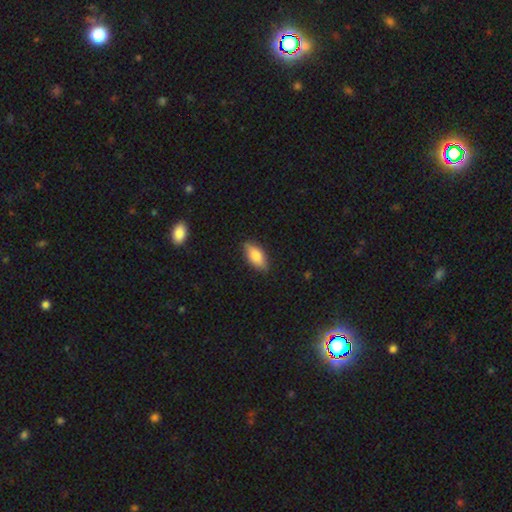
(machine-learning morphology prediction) Q: Smooth or featured?
A: smooth (79%); runner-up: featured or disk (15%)
Q: How rounded?
A: in between (86%); runner-up: cigar-shaped (11%)
Q: Merging?
A: none (84%); runner-up: minor disturbance (12%)